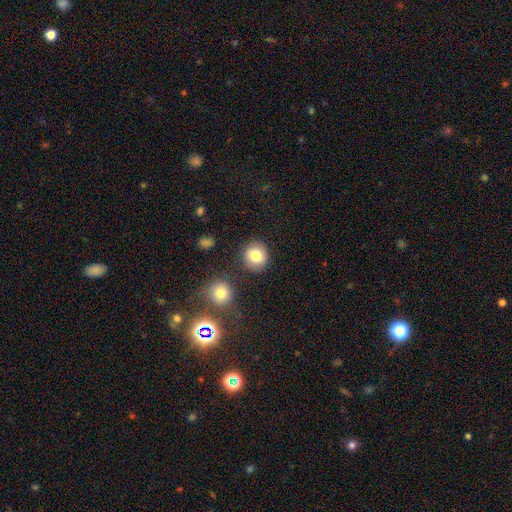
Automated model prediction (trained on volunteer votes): A smooth galaxy with no disk features (80%) that is round (88%). Merging: none (85%).